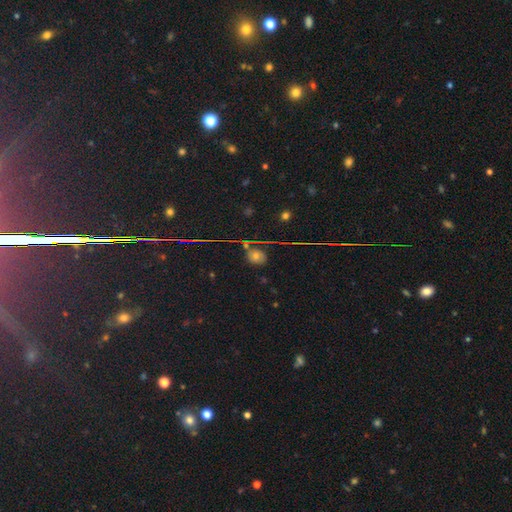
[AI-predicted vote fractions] smooth-or-featured: smooth: 44% | star or artifact: 37% | featured or disk: 19%
  merging: none: 67% | minor disturbance: 18% | major disturbance: 8% | merger: 7%